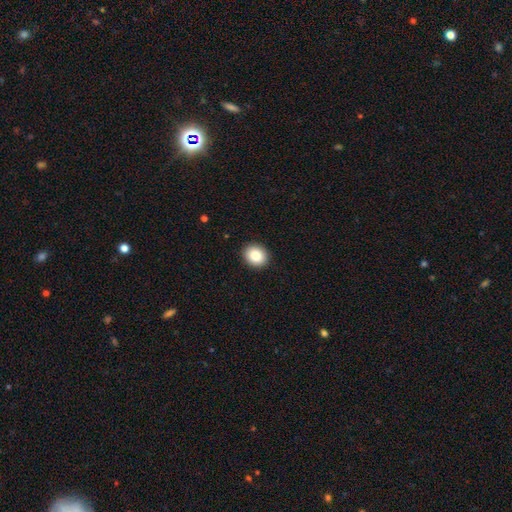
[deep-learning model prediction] Morphology: type=smooth (84%); roundness=round (68%); merging=none (92%).